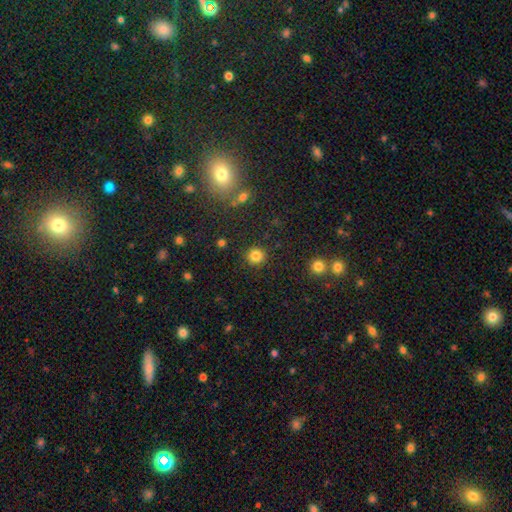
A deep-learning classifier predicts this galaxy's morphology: Smooth or featured?
  - smooth: 84% *
  - star or artifact: 12%
  - featured or disk: 5%
How rounded?
  - round: 92% *
  - in between: 7%
  - cigar-shaped: 1%
Merging?
  - none: 90% *
  - minor disturbance: 6%
  - major disturbance: 2%
  - merger: 2%